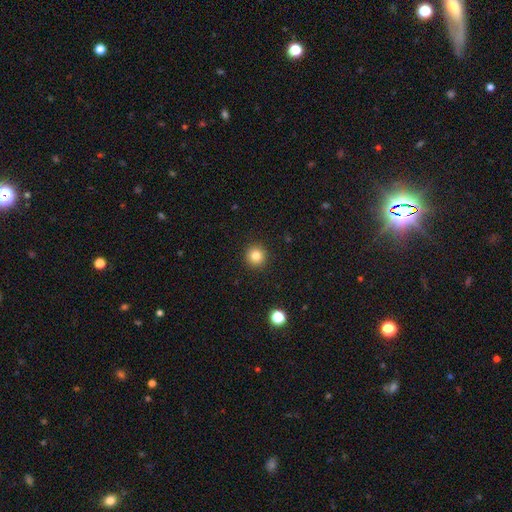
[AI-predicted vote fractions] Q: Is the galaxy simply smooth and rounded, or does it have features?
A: smooth — 82%.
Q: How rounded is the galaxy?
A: round — 94%.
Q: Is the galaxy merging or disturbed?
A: none — 92%.